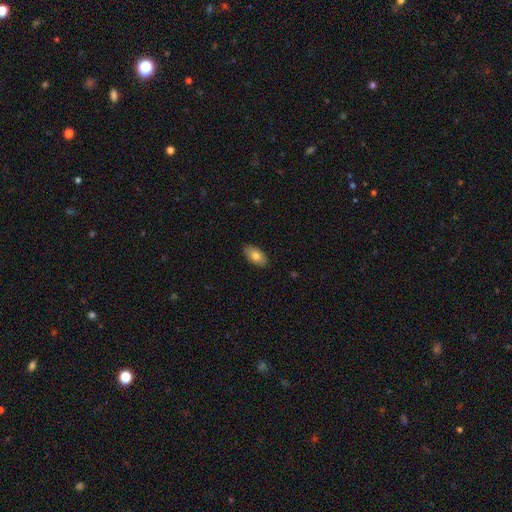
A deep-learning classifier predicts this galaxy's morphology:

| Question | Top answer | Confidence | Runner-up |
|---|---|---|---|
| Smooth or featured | smooth | 77% | featured or disk (16%) |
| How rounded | in between | 93% | round (3%) |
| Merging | none | 88% | minor disturbance (9%) |